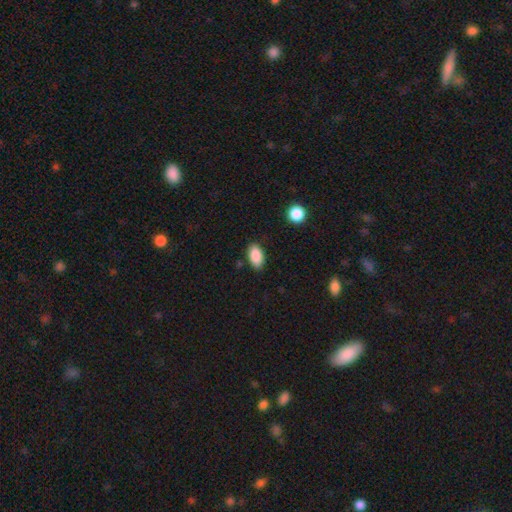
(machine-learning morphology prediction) The model was most divided on "merging": none: 85%, minor disturbance: 11%, major disturbance: 2%, merger: 2%. More confident: how rounded — in between (93%); smooth or featured — smooth (88%).